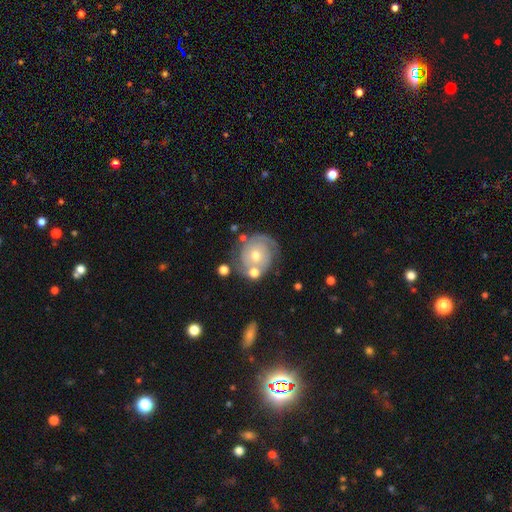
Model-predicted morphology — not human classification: This is likely a featured or disk galaxy (73%). It is clearly not viewed edge-on (97%). Bar: clearly no (80%). Spiral arm pattern: clearly yes (85%). Spiral arm count: likely 2 (60%). Spiral winding: likely tight (67%). Central bulge: likely moderate (62%). Merging: likely none (65%).